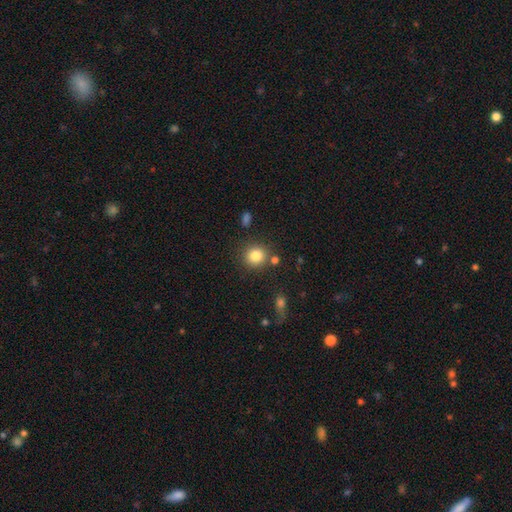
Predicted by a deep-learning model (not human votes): Smooth or featured? Predicted: smooth (p=0.84). How rounded? Predicted: round (p=0.87). Merging? Predicted: none (p=0.80).